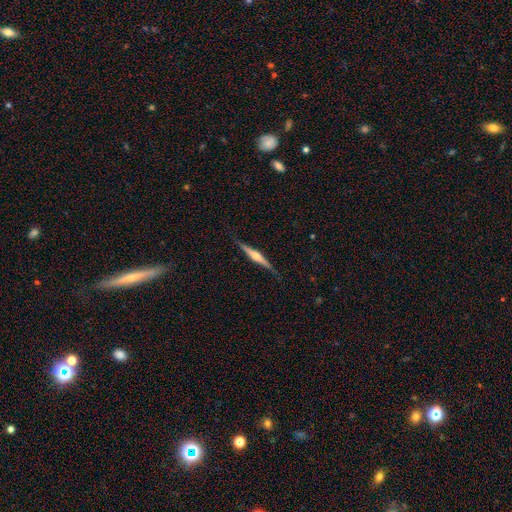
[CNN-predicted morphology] Smooth or featured? Predicted: featured or disk (p=0.75). Edge-on disk? Predicted: yes (p=0.98). Edge-on bulge? Predicted: rounded (p=0.88). Merging? Predicted: none (p=0.84).